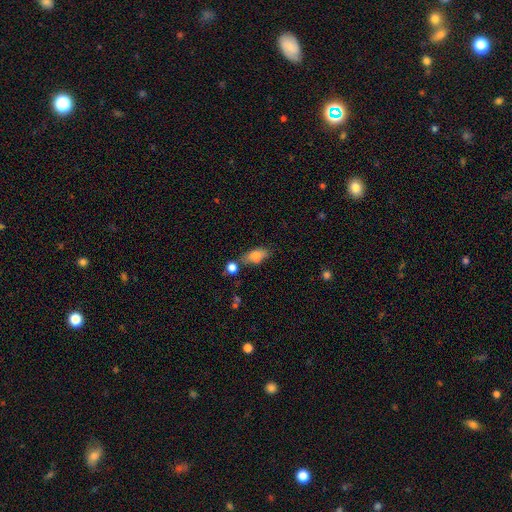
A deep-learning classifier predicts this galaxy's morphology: Smooth or featured?
  - smooth: 79% *
  - featured or disk: 13%
  - star or artifact: 8%
How rounded?
  - in between: 84% *
  - cigar-shaped: 10%
  - round: 6%
Merging?
  - none: 58% *
  - minor disturbance: 20%
  - merger: 15%
  - major disturbance: 6%